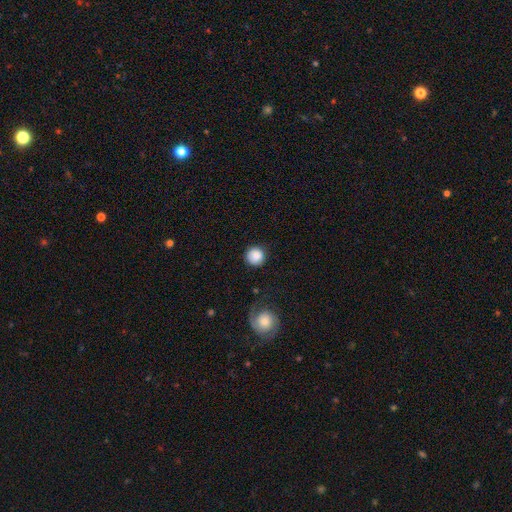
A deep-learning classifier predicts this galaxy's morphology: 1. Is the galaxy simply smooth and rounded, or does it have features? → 86% smooth, 7% featured or disk, 7% star or artifact.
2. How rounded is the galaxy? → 95% round, 4% in between, 1% cigar-shaped.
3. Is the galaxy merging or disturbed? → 83% none, 10% minor disturbance, 5% major disturbance, 2% merger.